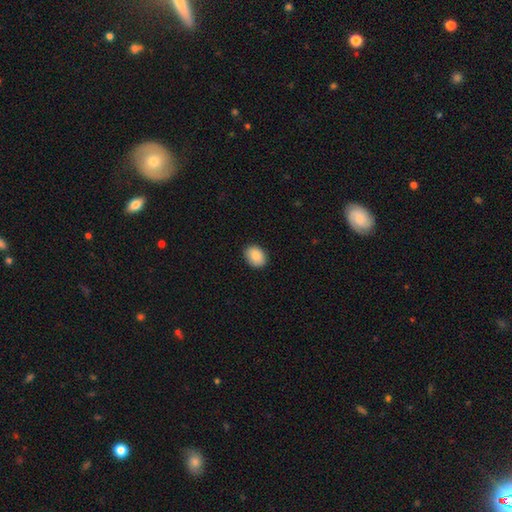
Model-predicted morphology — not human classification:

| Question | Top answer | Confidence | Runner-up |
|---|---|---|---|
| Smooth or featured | smooth | 89% | star or artifact (7%) |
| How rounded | in between | 67% | round (32%) |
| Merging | none | 89% | minor disturbance (8%) |